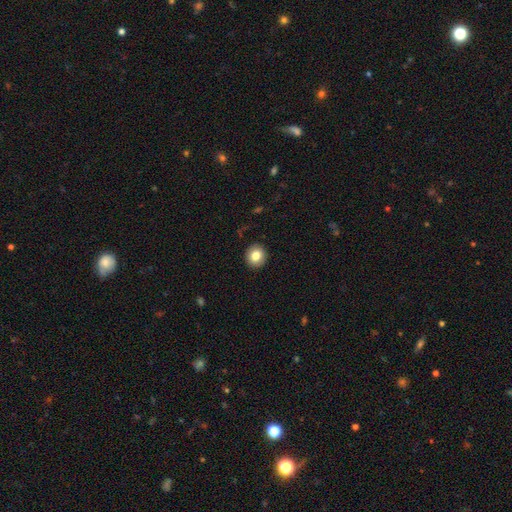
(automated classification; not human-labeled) This appears to be a smooth galaxy with no disk features (82%) that is round (88%). Merging: none (91%).